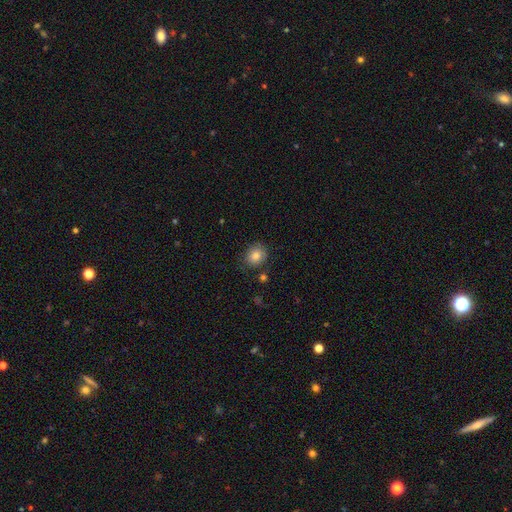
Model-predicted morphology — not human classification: smooth 81%, star or artifact 9%, featured or disk 9%. Down the decision tree: how rounded — round (69%); merging — none (78%).